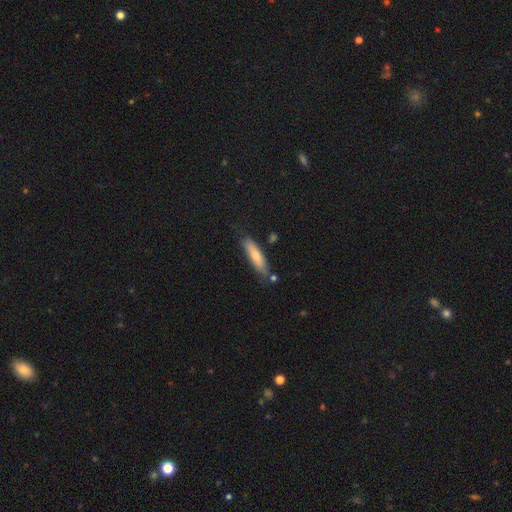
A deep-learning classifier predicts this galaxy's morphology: smooth 75%, featured or disk 19%, star or artifact 6%. Down the decision tree: how rounded — cigar-shaped (69%); merging — none (74%).